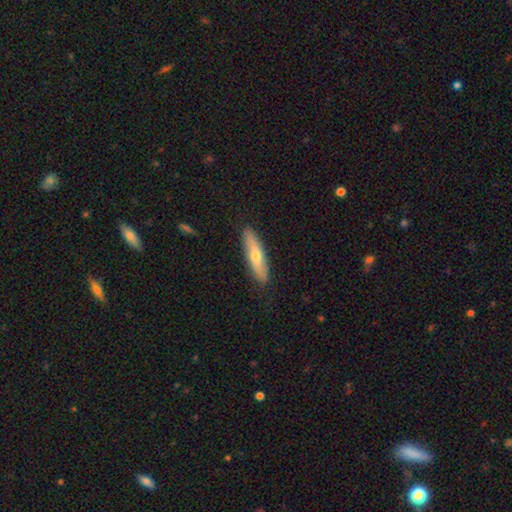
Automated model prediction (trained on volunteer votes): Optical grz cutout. It shows a smooth galaxy with no disk features (59%) that is cigar-shaped (74%). Merging: none (87%).